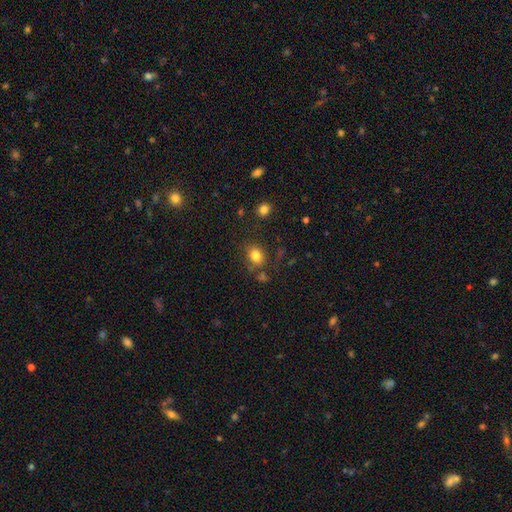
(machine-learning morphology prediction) A smooth galaxy with no disk features (81%) that is in between round and cigar-shaped (50%).

Vote fractions:
- Smooth or featured? smooth: 81% / star or artifact: 12% / featured or disk: 8%
- How rounded? in between: 50% / round: 49% / cigar-shaped: 1%
- Merging? none: 73% / minor disturbance: 14% / merger: 7% / major disturbance: 5%